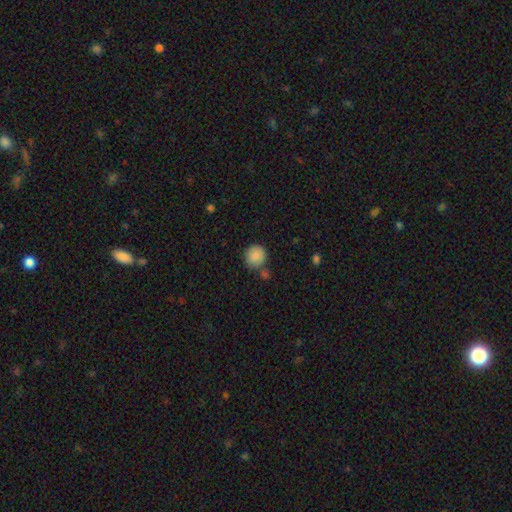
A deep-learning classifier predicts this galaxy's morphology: This is clearly a smooth galaxy (85%). How rounded: clearly round (93%). Merging: likely none (73%).